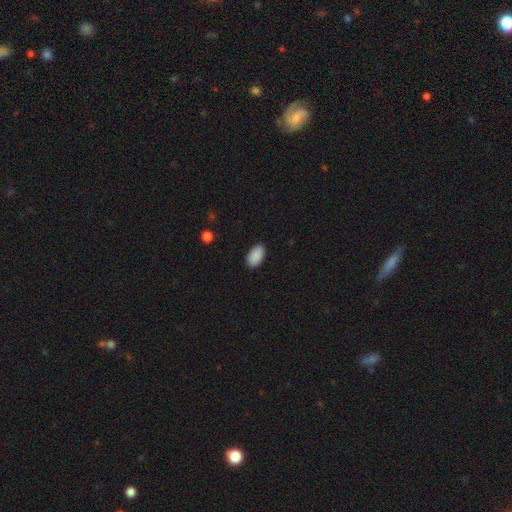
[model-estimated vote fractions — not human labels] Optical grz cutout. It shows a smooth galaxy with no disk features (91%) that is in between round and cigar-shaped (95%). Merging: none (90%).